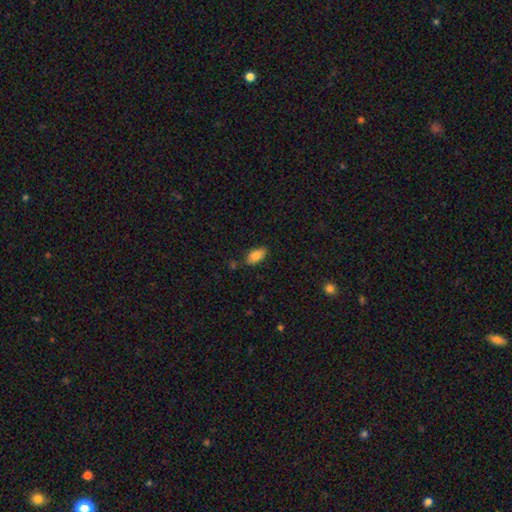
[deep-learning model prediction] Overall: smooth (83%). How rounded: in between (92%). Merging: none (81%).